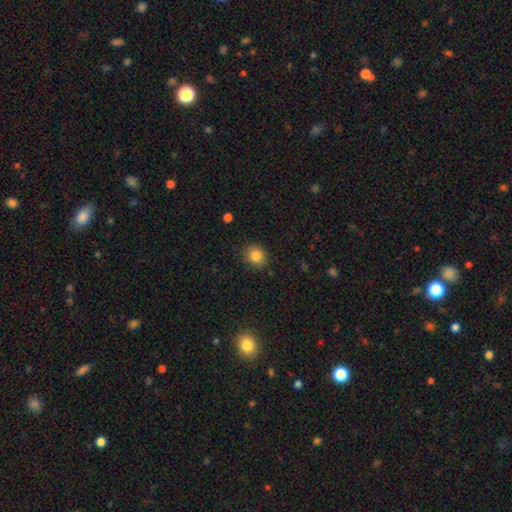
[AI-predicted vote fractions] Smooth or featured: smooth — 84% (star or artifact — 10%)
How rounded: round — 79% (in between — 21%)
Merging: none — 88% (minor disturbance — 9%)